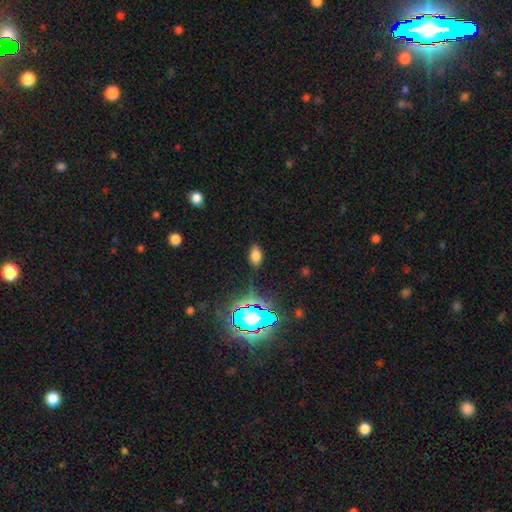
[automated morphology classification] This appears to be a smooth galaxy with no disk features (72%) that is in between round and cigar-shaped (90%). Merging: none (82%).